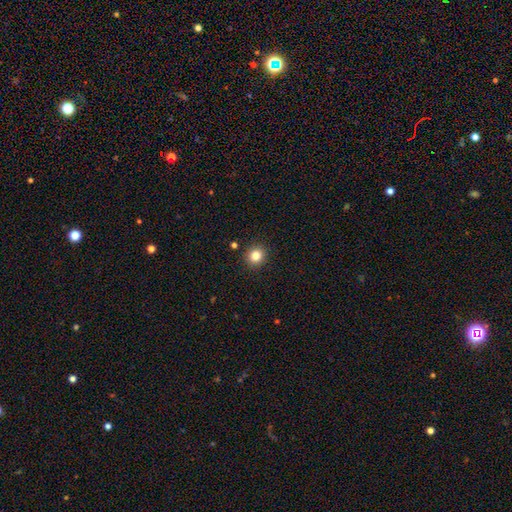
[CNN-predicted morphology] The model was most divided on "smooth or featured": smooth: 83%, star or artifact: 11%, featured or disk: 5%. More confident: merging — none (92%); how rounded — round (87%).